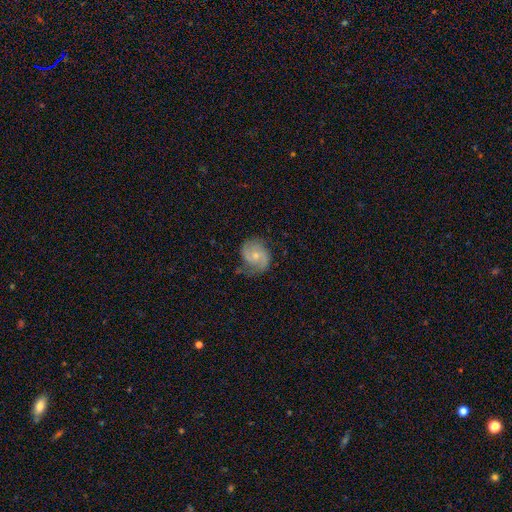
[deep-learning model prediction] A featured or disk galaxy (68%) with no bar (66%), 2 (79%) medium (46%) spiral arms (91%) and a small central bulge (56%). Merging: none (63%).